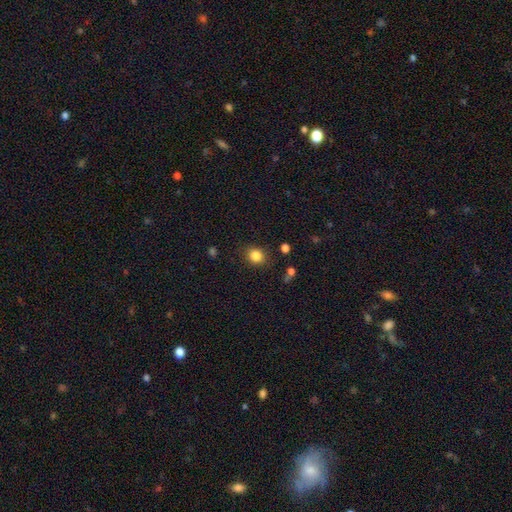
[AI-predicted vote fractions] Morphology: type=smooth (84%); roundness=round (68%); merging=none (85%).